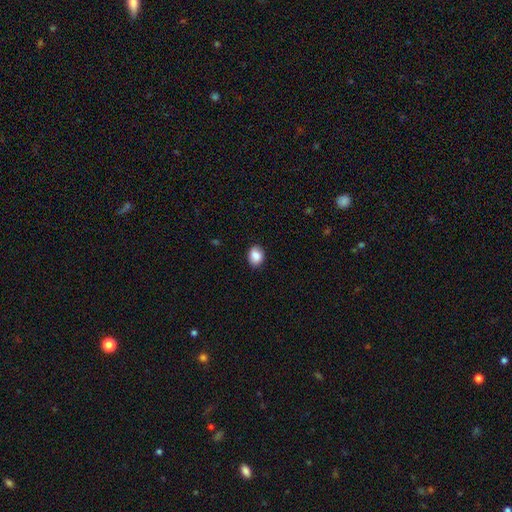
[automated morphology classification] Smooth or featured? Predicted: smooth (p=0.86). How rounded? Predicted: in between (p=0.60). Merging? Predicted: none (p=0.86).